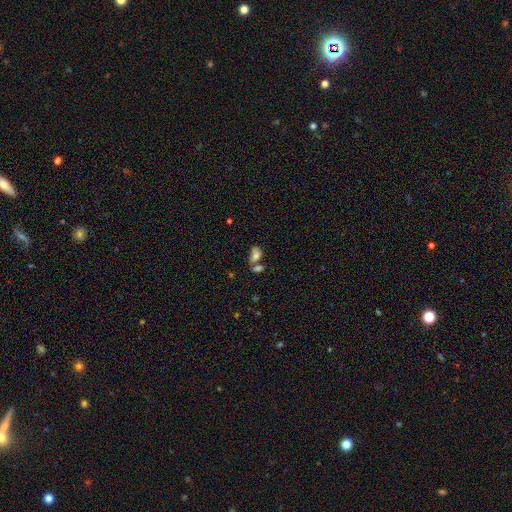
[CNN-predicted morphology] smooth-or-featured: smooth: 70% | featured or disk: 17% | star or artifact: 12%
  how-rounded: in between: 84% | round: 13% | cigar-shaped: 4%
  merging: merger: 46% | none: 30% | minor disturbance: 15% | major disturbance: 9%